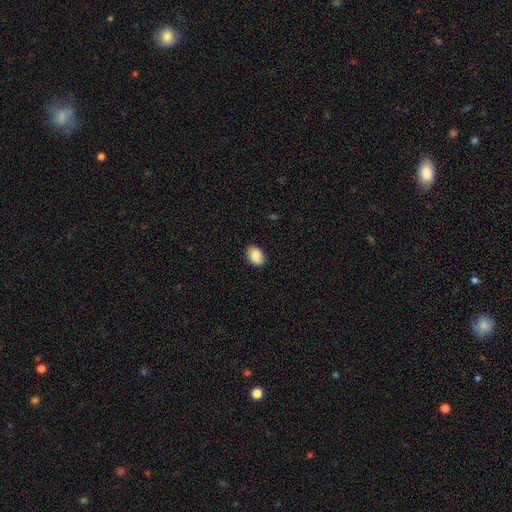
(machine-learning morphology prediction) A smooth galaxy with no disk features (87%) that is in between round and cigar-shaped (83%).

Vote fractions:
- Smooth or featured? smooth: 87% / star or artifact: 7% / featured or disk: 6%
- How rounded? in between: 83% / round: 16% / cigar-shaped: 1%
- Merging? none: 86% / minor disturbance: 11% / major disturbance: 2% / merger: 1%